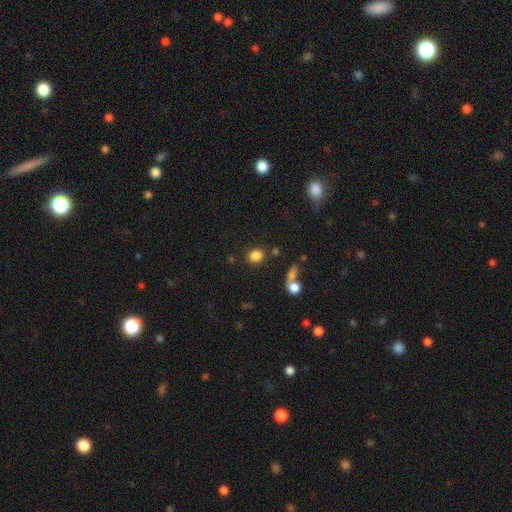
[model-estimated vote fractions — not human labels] This appears to be a smooth galaxy with no disk features (84%) that is round (61%). Merging: none (78%).